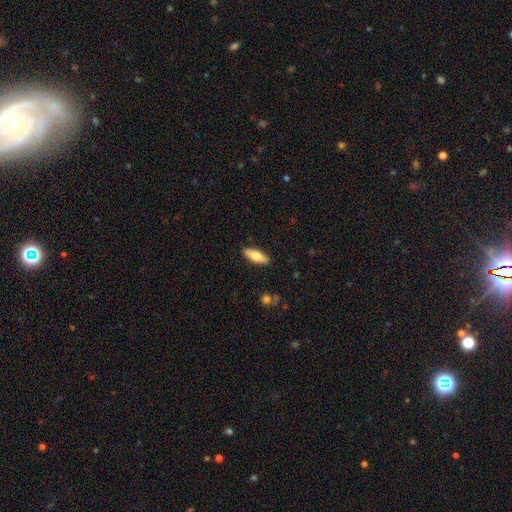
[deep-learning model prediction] Smooth or featured?
  - smooth: 73% *
  - featured or disk: 21%
  - star or artifact: 6%
How rounded?
  - in between: 70% *
  - cigar-shaped: 28%
  - round: 2%
Merging?
  - none: 89% *
  - minor disturbance: 9%
  - major disturbance: 2%
  - merger: 1%